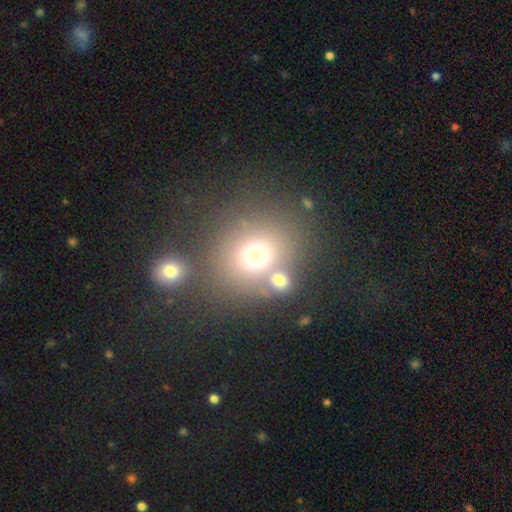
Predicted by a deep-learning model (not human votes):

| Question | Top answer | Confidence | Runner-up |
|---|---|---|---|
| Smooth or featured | smooth | 70% | star or artifact (18%) |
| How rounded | round | 76% | in between (23%) |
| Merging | none | 57% | merger (27%) |